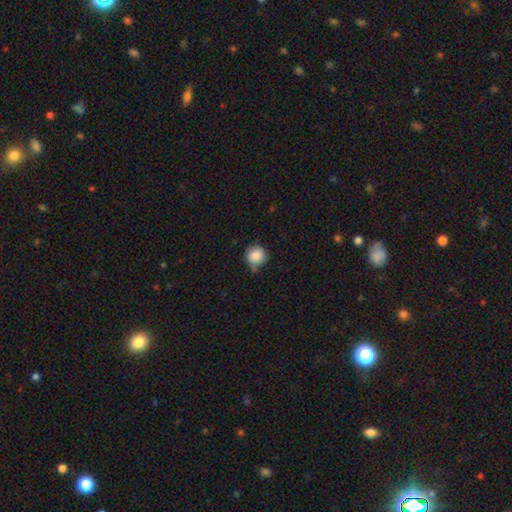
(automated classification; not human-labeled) Smooth or featured: smooth — 87% (star or artifact — 8%)
How rounded: round — 91% (in between — 8%)
Merging: none — 63% (minor disturbance — 27%)